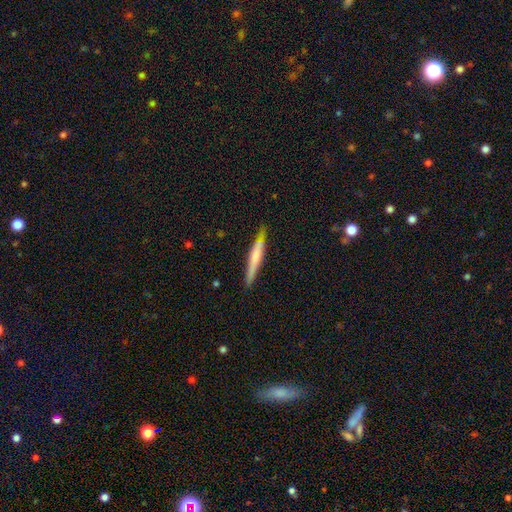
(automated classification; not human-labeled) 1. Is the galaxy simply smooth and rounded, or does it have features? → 49% featured or disk, 46% smooth, 6% star or artifact.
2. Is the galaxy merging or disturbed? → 83% none, 13% minor disturbance, 2% major disturbance, 2% merger.